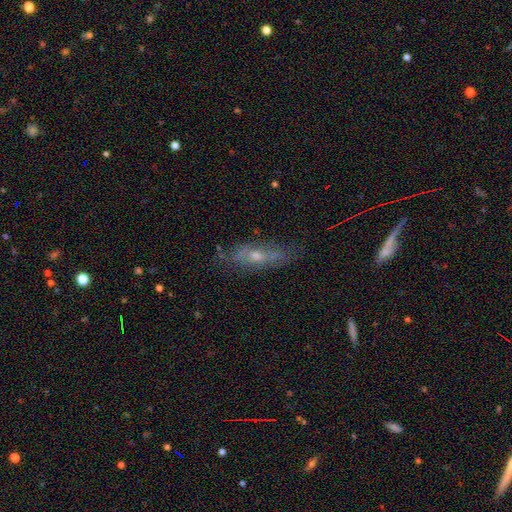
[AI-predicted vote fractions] The model was most divided on "edge-on disk": no: 56%, yes: 44%. More confident: merging — none (67%); smooth or featured — featured or disk (56%).